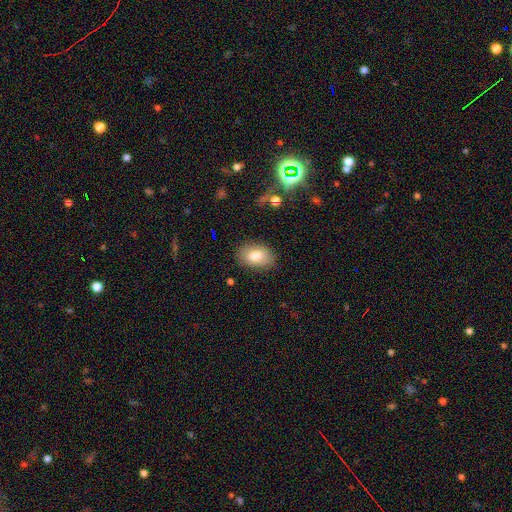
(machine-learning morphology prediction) Smooth or featured? Predicted: smooth (p=0.78). How rounded? Predicted: in between (p=0.84). Merging? Predicted: none (p=0.84).